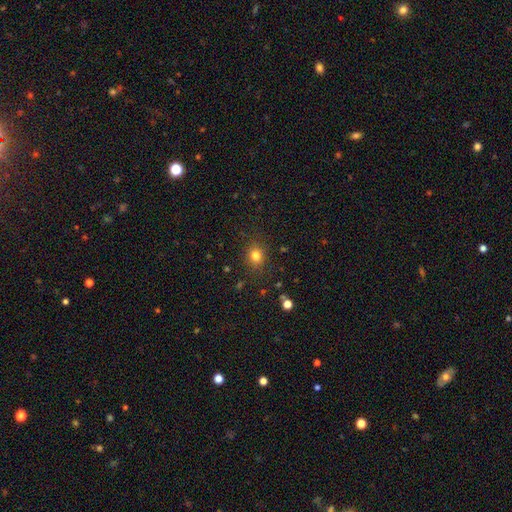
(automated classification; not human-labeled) Morphology: type=smooth (80%); roundness=round (70%); merging=none (86%).